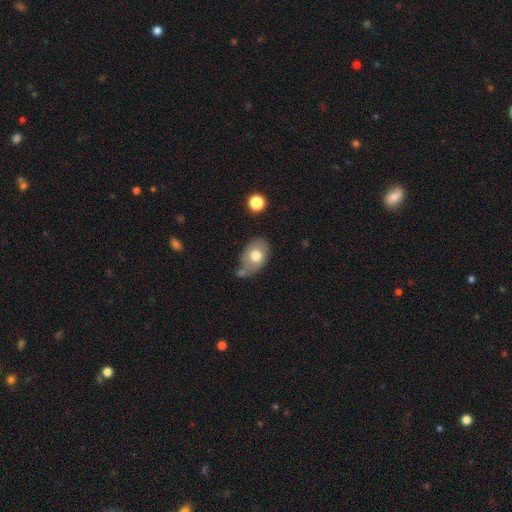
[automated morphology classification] Overall: smooth (72%). How rounded: in between (80%). Merging: none (52%; minor disturbance 25%).